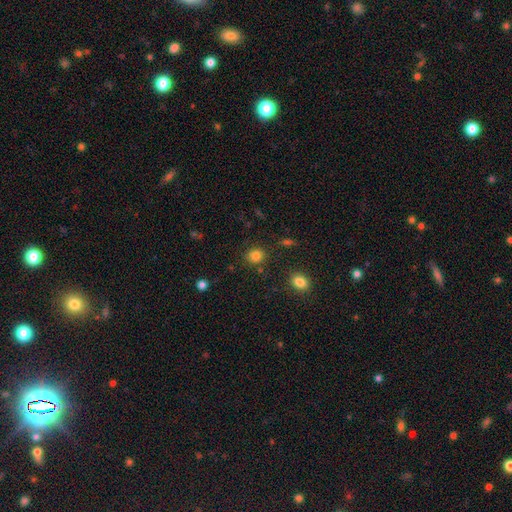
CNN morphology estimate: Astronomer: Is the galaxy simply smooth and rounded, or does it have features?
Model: smooth — 83%.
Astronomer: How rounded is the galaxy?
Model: round — 77%.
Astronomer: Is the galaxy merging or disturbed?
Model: none — 84%.